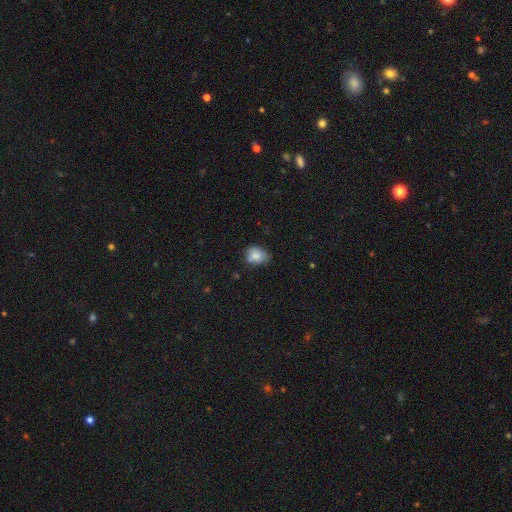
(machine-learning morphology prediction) smooth_or_featured: smooth (p=0.80) [alt: featured or disk p=0.10]
how_rounded: in between (p=0.51) [alt: round p=0.48]
merging: none (p=0.64) [alt: minor disturbance p=0.28]